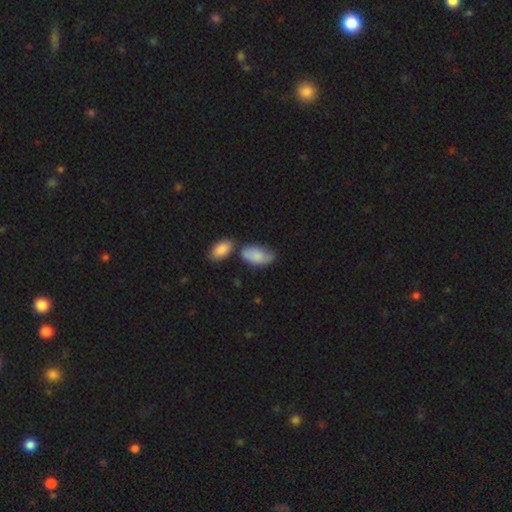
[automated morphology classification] A smooth galaxy with no disk features (82%) that is in between round and cigar-shaped (94%).

Vote fractions:
- Smooth or featured? smooth: 82% / featured or disk: 12% / star or artifact: 6%
- How rounded? in between: 94% / cigar-shaped: 3% / round: 3%
- Merging? none: 47% / minor disturbance: 26% / merger: 19% / major disturbance: 8%